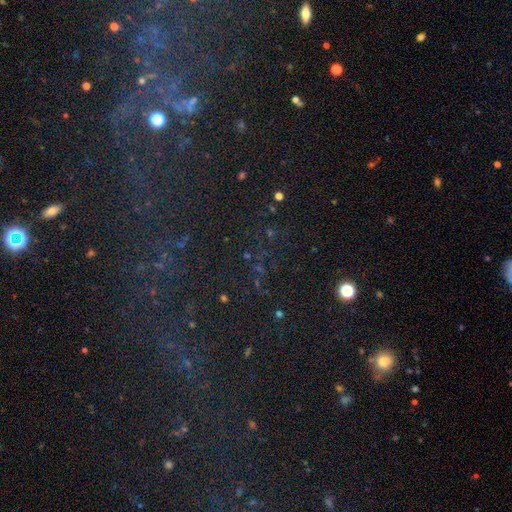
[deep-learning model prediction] smooth-or-featured: star or artifact: 69% | featured or disk: 17% | smooth: 15%